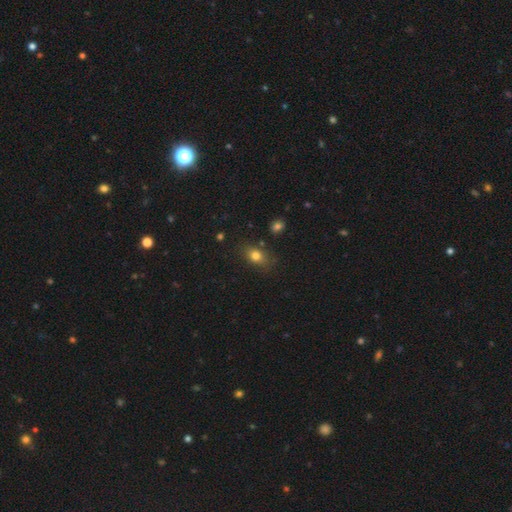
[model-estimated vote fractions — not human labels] Q: Smooth or featured?
A: smooth (79%); runner-up: star or artifact (12%)
Q: How rounded?
A: in between (69%); runner-up: round (28%)
Q: Merging?
A: none (76%); runner-up: minor disturbance (16%)